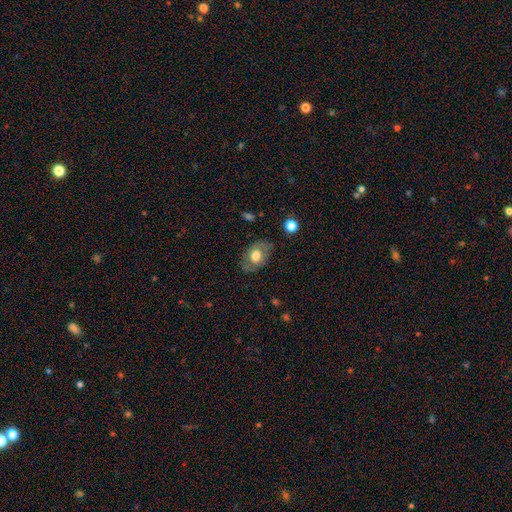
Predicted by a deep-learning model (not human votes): Smooth or featured? Predicted: smooth (p=0.59). How rounded? Predicted: in between (p=0.76). Merging? Predicted: none (p=0.75).